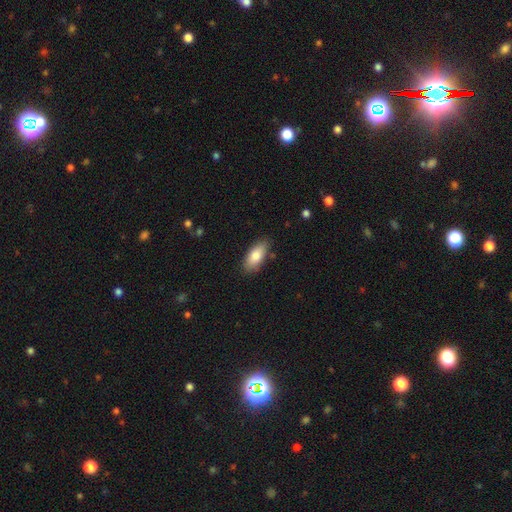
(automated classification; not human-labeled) smooth-or-featured: smooth: 81% | featured or disk: 13% | star or artifact: 6%
  how-rounded: in between: 86% | cigar-shaped: 12% | round: 2%
  merging: none: 84% | minor disturbance: 12% | major disturbance: 2% | merger: 2%